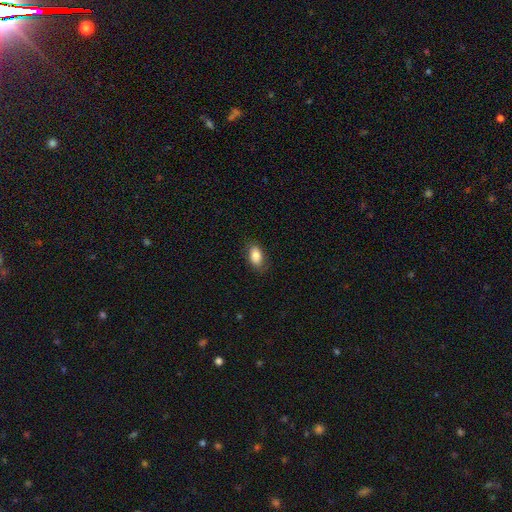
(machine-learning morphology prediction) Smooth or featured: smooth — 85% (featured or disk — 8%)
How rounded: in between — 90% (round — 7%)
Merging: none — 82% (minor disturbance — 14%)